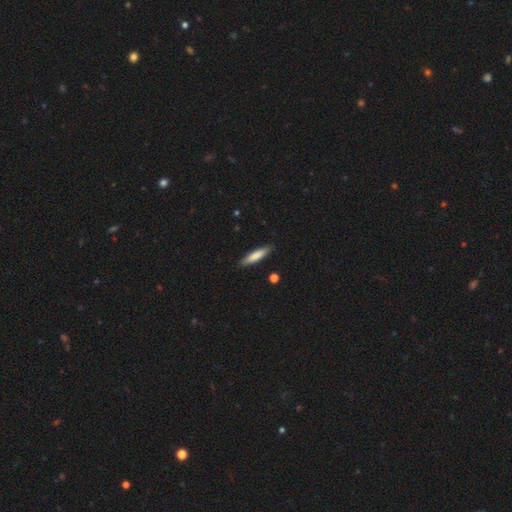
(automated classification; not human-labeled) smooth-or-featured: smooth: 78% | featured or disk: 16% | star or artifact: 6%
  how-rounded: cigar-shaped: 82% | in between: 17% | round: 1%
  merging: none: 88% | minor disturbance: 9% | major disturbance: 2% | merger: 1%